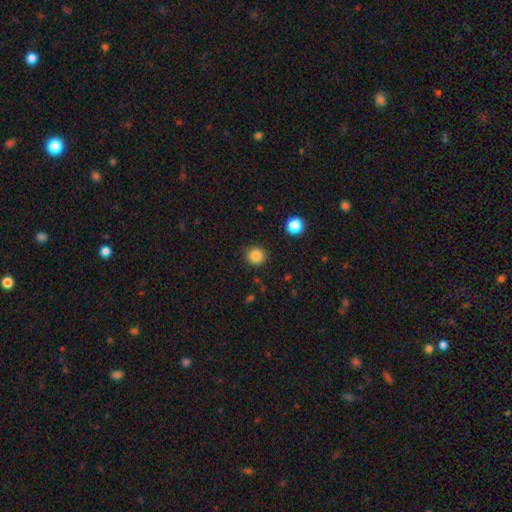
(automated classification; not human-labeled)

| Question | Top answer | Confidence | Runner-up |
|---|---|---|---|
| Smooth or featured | smooth | 85% | star or artifact (11%) |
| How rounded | round | 93% | in between (6%) |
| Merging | none | 88% | minor disturbance (8%) |